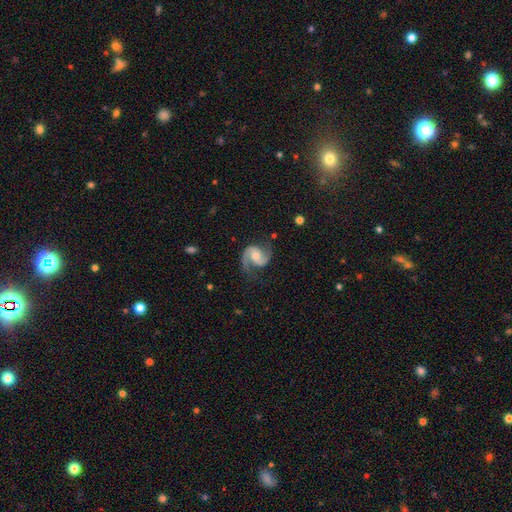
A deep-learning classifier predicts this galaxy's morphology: Overall: featured or disk (91%). Edge-on disk: no (98%). Bar: no (53%; weak 37%). Spiral arms: yes (98%). Spiral arm count: 2 (93%). Spiral winding: medium (58%; loose 24%). Bulge size: moderate (53%; small 33%). Merging: none (76%).